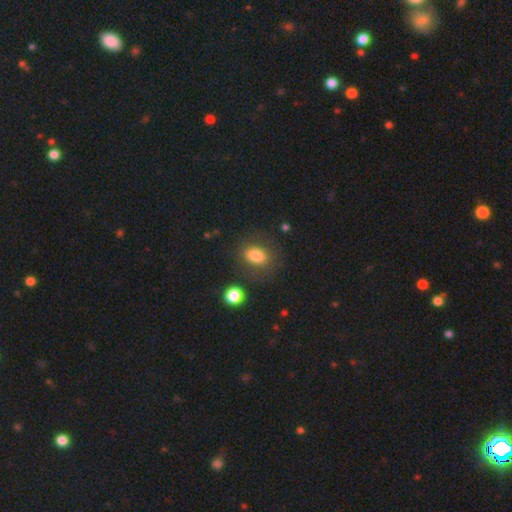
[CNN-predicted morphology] Smooth or featured?
  - smooth: 80% *
  - star or artifact: 10%
  - featured or disk: 9%
How rounded?
  - in between: 67% *
  - round: 31%
  - cigar-shaped: 2%
Merging?
  - none: 76% *
  - minor disturbance: 14%
  - major disturbance: 7%
  - merger: 3%